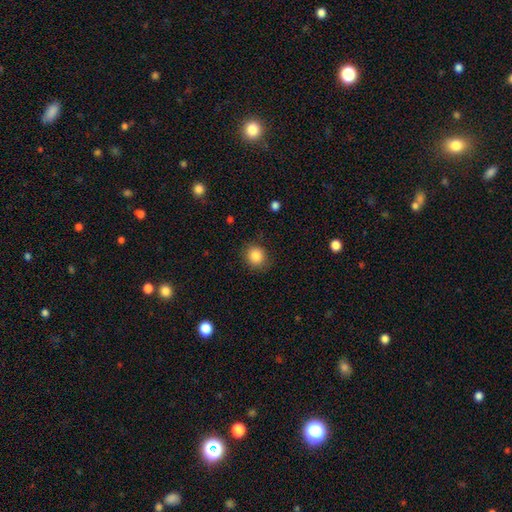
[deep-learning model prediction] Q: Smooth or featured?
A: smooth (85%); runner-up: star or artifact (10%)
Q: How rounded?
A: round (80%); runner-up: in between (19%)
Q: Merging?
A: none (85%); runner-up: minor disturbance (11%)